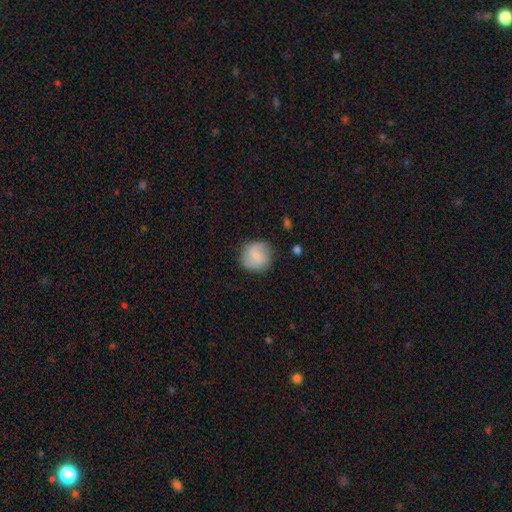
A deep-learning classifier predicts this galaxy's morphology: Smooth or featured? Predicted: smooth (p=0.58). How rounded? Predicted: round (p=0.89). Merging? Predicted: none (p=0.81).